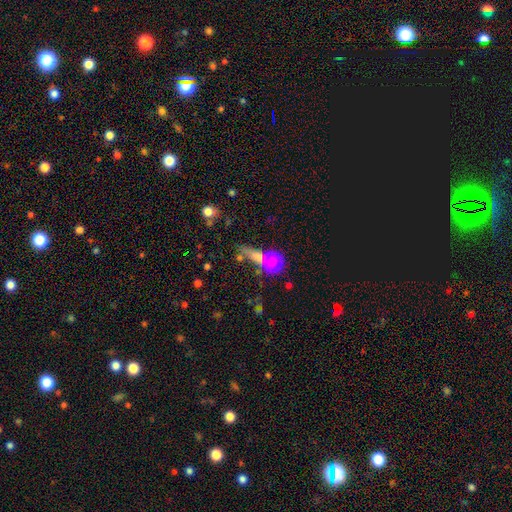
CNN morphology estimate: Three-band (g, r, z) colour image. It shows a smooth galaxy with no disk features (59%) that is round (53%). Merging: none (49%).